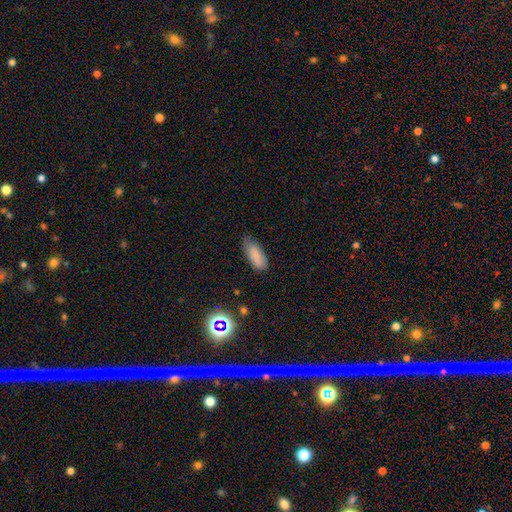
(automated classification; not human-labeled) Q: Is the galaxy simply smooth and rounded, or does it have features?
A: smooth — 83%.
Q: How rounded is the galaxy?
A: in between — 78%.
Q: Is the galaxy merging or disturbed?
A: none — 67%.